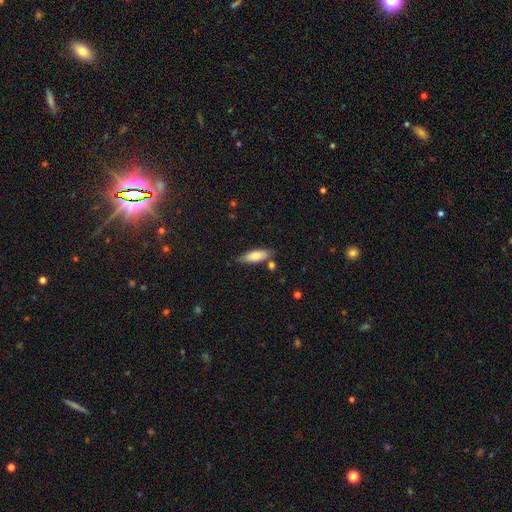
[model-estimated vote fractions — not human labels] This appears to be a smooth galaxy with no disk features (73%) that is in between round and cigar-shaped (64%). Merging: none (72%).